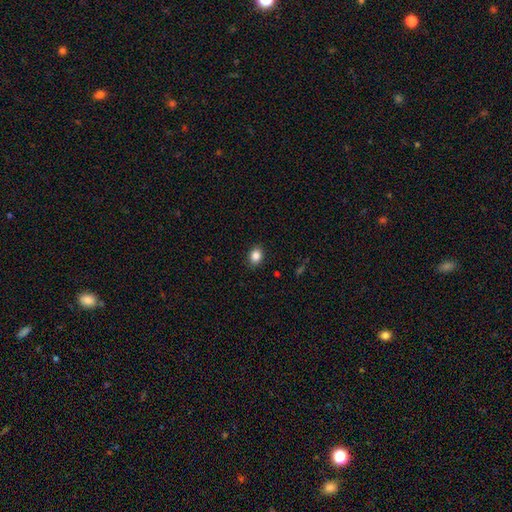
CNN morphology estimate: smooth_or_featured: smooth (p=0.86) [alt: star or artifact p=0.09]
how_rounded: in between (p=0.65) [alt: round p=0.34]
merging: none (p=0.88) [alt: minor disturbance p=0.09]